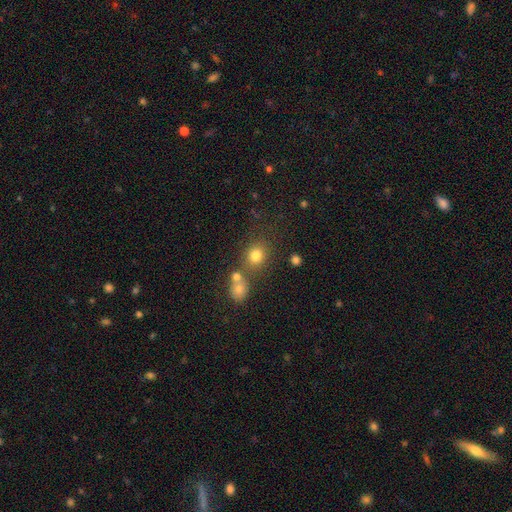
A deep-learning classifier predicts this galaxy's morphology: Q: Smooth or featured?
A: smooth (78%); runner-up: star or artifact (14%)
Q: How rounded?
A: round (72%); runner-up: in between (27%)
Q: Merging?
A: none (66%); runner-up: merger (17%)